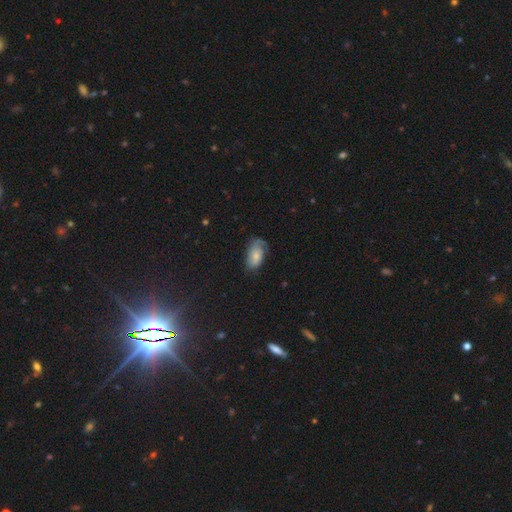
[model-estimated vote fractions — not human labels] smooth_or_featured: smooth (p=0.59) [alt: featured or disk p=0.33]
how_rounded: in between (p=0.91) [alt: round p=0.06]
merging: none (p=0.52) [alt: minor disturbance p=0.30]